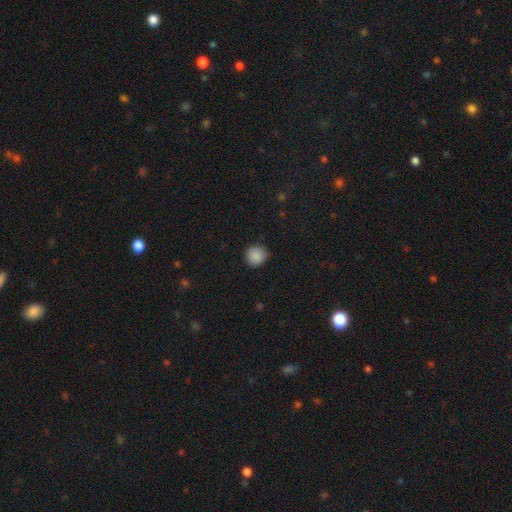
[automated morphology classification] This appears to be a smooth galaxy with no disk features (88%) that is round (92%). Merging: none (89%).